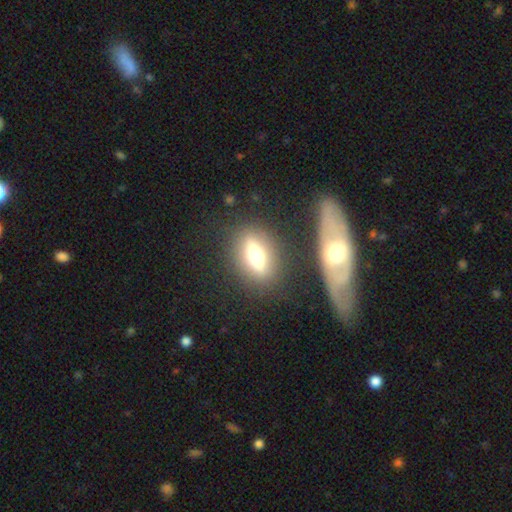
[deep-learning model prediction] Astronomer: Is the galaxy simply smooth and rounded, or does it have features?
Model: smooth — 44%, tied with featured or disk at 44%.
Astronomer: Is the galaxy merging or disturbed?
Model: none — 83%.